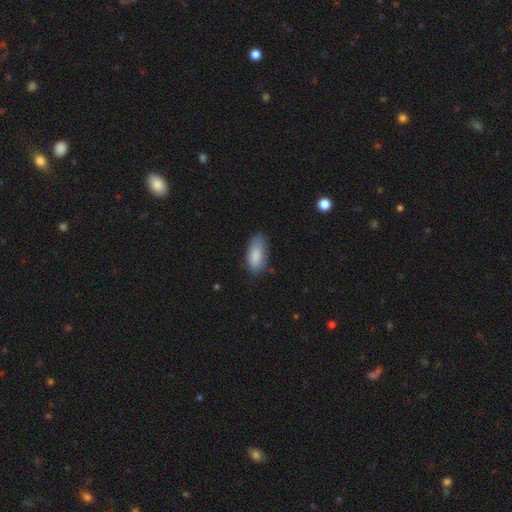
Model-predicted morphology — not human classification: Smooth or featured?
  - smooth: 86% *
  - featured or disk: 7%
  - star or artifact: 6%
How rounded?
  - in between: 89% *
  - cigar-shaped: 9%
  - round: 2%
Merging?
  - none: 72% *
  - minor disturbance: 22%
  - major disturbance: 5%
  - merger: 1%